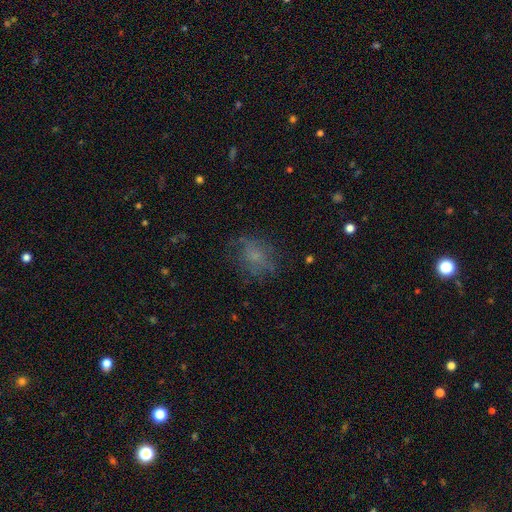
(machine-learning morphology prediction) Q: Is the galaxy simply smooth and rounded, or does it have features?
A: smooth — 57%.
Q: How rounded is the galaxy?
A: round — 52%.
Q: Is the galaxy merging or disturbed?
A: none — 61%.